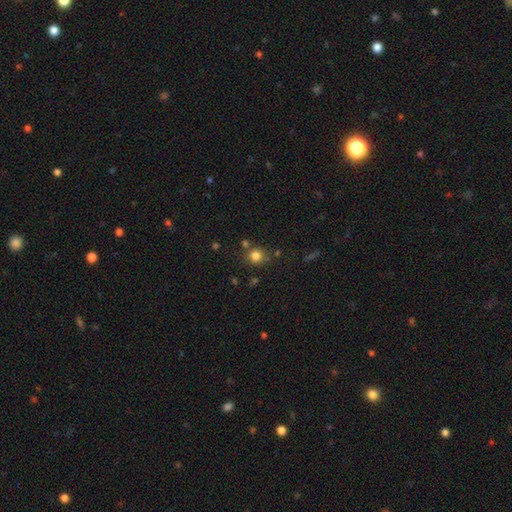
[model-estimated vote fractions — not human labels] smooth-or-featured: smooth: 81% | star or artifact: 13% | featured or disk: 6%
  how-rounded: round: 87% | in between: 12% | cigar-shaped: 1%
  merging: none: 75% | minor disturbance: 11% | merger: 11% | major disturbance: 4%